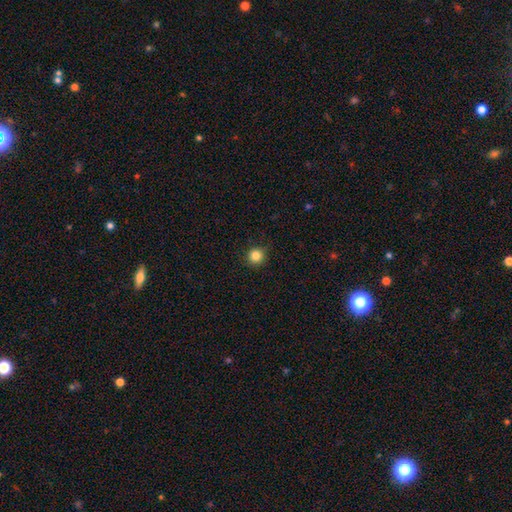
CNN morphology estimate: This is clearly a smooth galaxy (84%). How rounded: clearly round (95%). Merging: clearly none (90%).